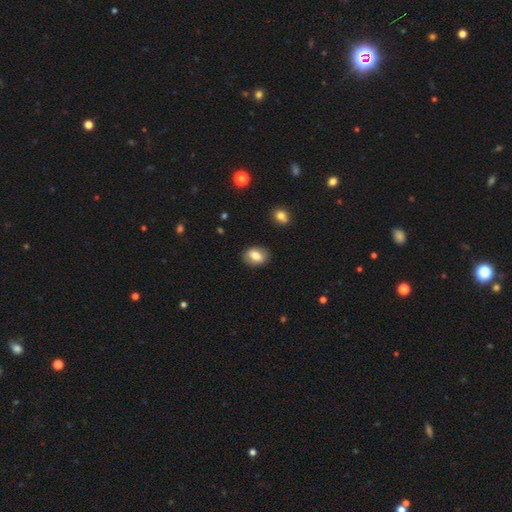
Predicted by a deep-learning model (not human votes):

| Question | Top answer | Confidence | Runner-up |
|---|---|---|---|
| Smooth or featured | smooth | 75% | featured or disk (17%) |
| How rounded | in between | 70% | round (28%) |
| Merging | none | 86% | minor disturbance (10%) |